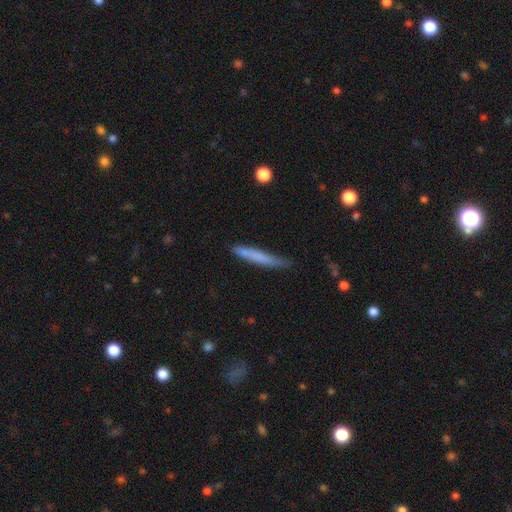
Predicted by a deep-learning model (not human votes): A smooth galaxy with no disk features (71%) that is cigar-shaped (95%). Merging: none (71%).